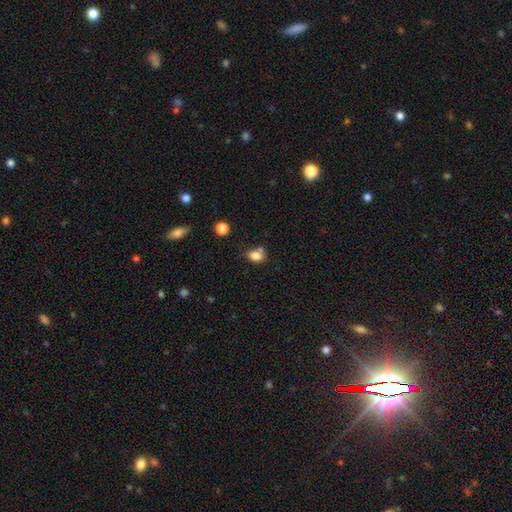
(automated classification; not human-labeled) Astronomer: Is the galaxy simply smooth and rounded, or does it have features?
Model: smooth — 81%.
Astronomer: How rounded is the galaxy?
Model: in between — 70%.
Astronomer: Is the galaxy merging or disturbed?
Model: none — 54%.